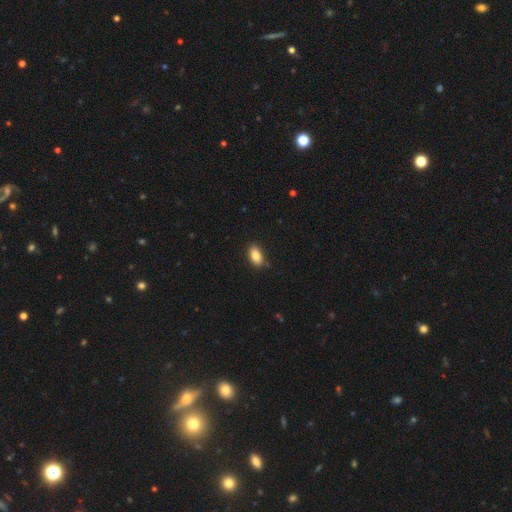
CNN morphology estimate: smooth 86%, star or artifact 8%, featured or disk 7%. Down the decision tree: how rounded — in between (91%); merging — none (84%).